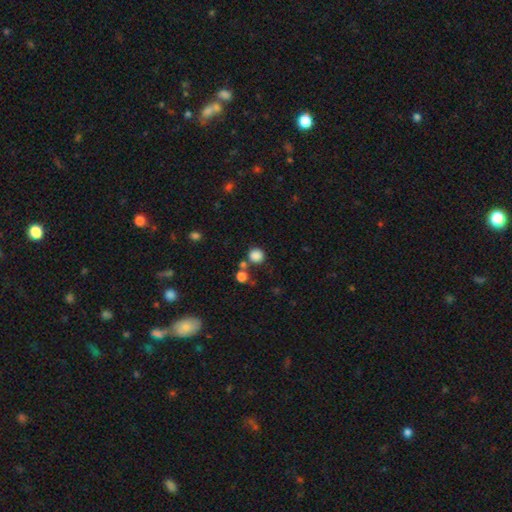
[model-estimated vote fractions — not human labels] smooth-or-featured: smooth: 84% | star or artifact: 11% | featured or disk: 4%
  how-rounded: round: 87% | in between: 12% | cigar-shaped: 1%
  merging: none: 72% | merger: 14% | minor disturbance: 9% | major disturbance: 4%